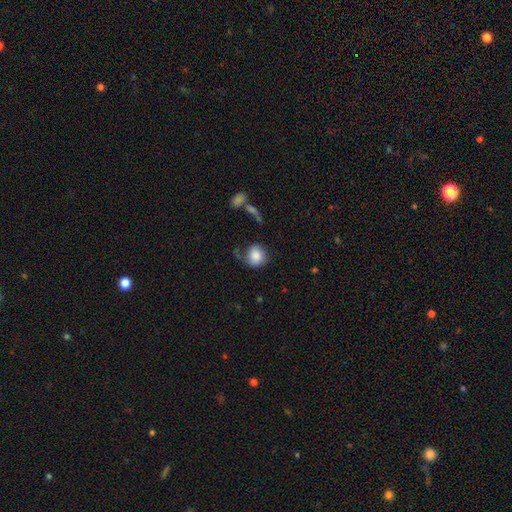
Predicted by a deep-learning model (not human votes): smooth-or-featured: smooth: 82% | featured or disk: 11% | star or artifact: 8%
  how-rounded: round: 75% | in between: 24% | cigar-shaped: 1%
  merging: none: 54% | minor disturbance: 26% | major disturbance: 15% | merger: 6%